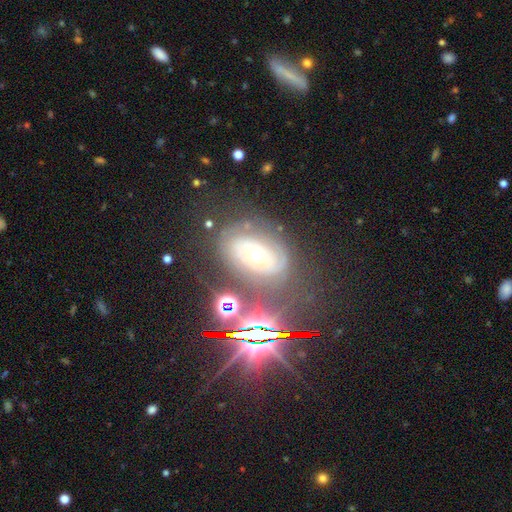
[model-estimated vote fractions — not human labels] This appears to be a featured or disk galaxy (56%) with no bar (73%), spiral arms (60%) and a moderate central bulge (63%). Merging: none (69%).